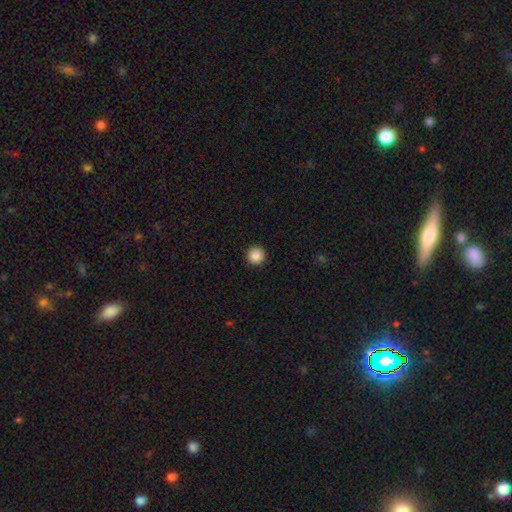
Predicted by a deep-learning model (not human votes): Smooth or featured: smooth — 88% (star or artifact — 9%)
How rounded: round — 96% (in between — 3%)
Merging: none — 93% (minor disturbance — 4%)